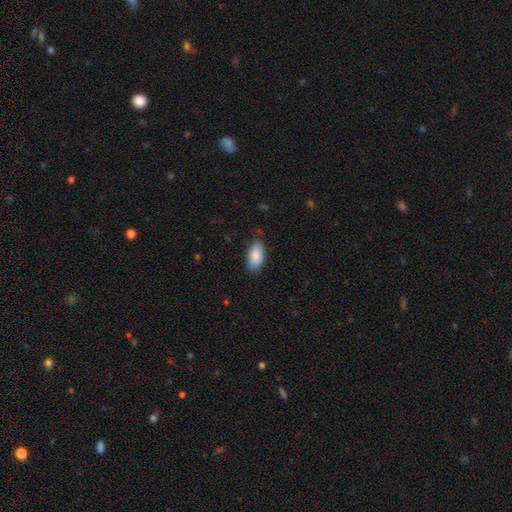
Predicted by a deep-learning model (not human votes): smooth-or-featured: smooth: 88% | featured or disk: 6% | star or artifact: 6%
  how-rounded: in between: 92% | cigar-shaped: 6% | round: 2%
  merging: none: 82% | minor disturbance: 14% | major disturbance: 3% | merger: 1%